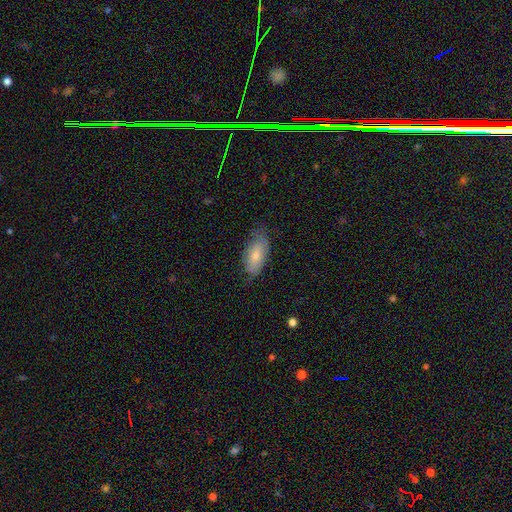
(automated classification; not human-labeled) Smooth or featured? Predicted: smooth (p=0.75). How rounded? Predicted: in between (p=0.89). Merging? Predicted: none (p=0.65).